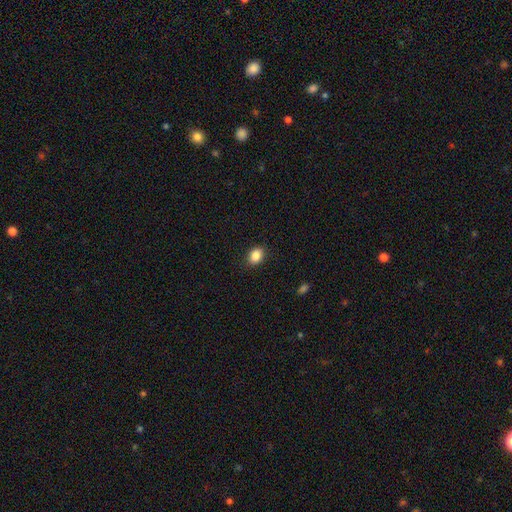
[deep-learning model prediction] Smooth or featured?
  - smooth: 87% *
  - star or artifact: 9%
  - featured or disk: 4%
How rounded?
  - in between: 65% *
  - round: 34%
  - cigar-shaped: 1%
Merging?
  - none: 88% *
  - minor disturbance: 9%
  - major disturbance: 2%
  - merger: 1%